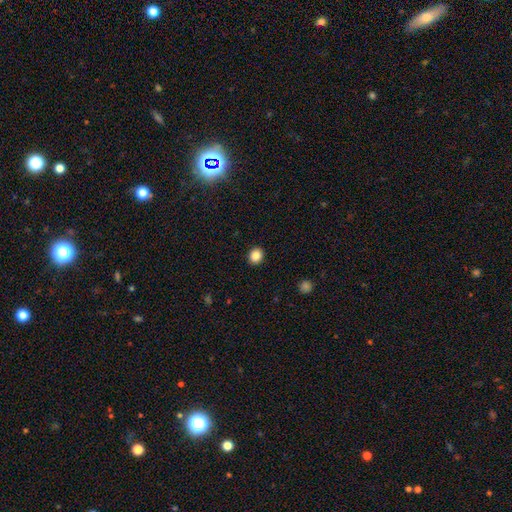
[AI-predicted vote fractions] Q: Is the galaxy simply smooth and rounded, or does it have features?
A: smooth — 86%.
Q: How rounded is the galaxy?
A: round — 74%.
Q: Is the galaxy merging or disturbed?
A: none — 92%.